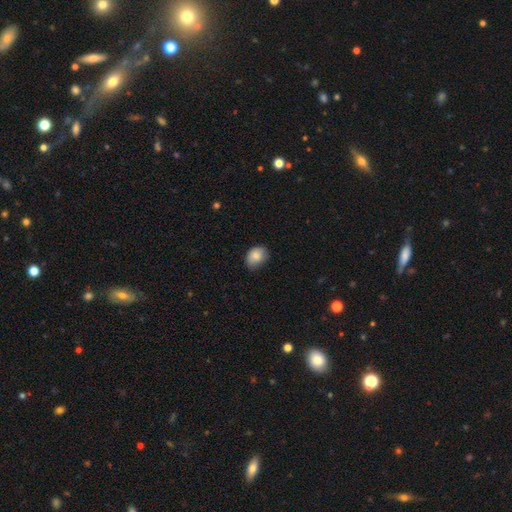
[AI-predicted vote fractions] Q: Smooth or featured?
A: smooth (85%); runner-up: star or artifact (8%)
Q: How rounded?
A: in between (66%); runner-up: round (33%)
Q: Merging?
A: none (71%); runner-up: minor disturbance (24%)